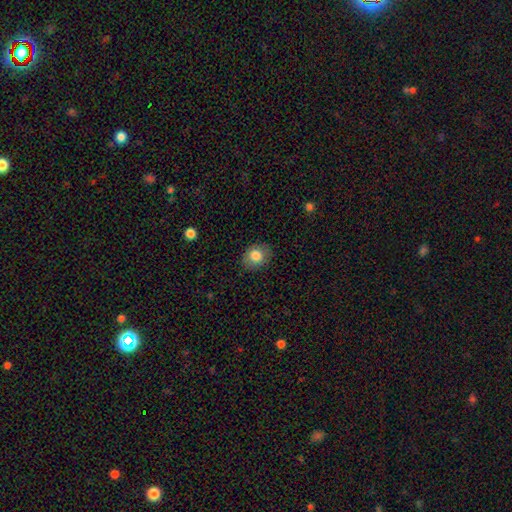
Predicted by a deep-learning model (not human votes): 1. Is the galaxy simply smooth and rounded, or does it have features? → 81% smooth, 11% featured or disk, 8% star or artifact.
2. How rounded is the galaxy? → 51% in between, 48% round, 1% cigar-shaped.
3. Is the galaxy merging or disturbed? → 84% none, 12% minor disturbance, 3% major disturbance, 1% merger.